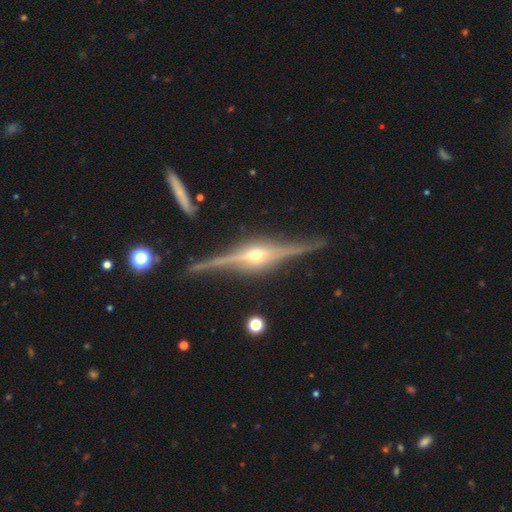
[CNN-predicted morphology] Smooth or featured?
  - featured or disk: 90% *
  - star or artifact: 5%
  - smooth: 5%
Edge-on disk?
  - yes: 98% *
  - no: 2%
Edge-on bulge?
  - rounded: 90% *
  - boxy: 7%
  - none: 3%
Merging?
  - none: 87% *
  - minor disturbance: 9%
  - major disturbance: 2%
  - merger: 2%